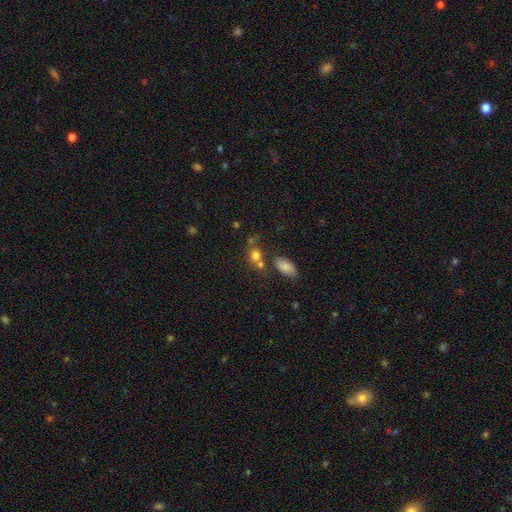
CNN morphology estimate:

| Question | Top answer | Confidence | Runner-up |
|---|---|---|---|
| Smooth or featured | smooth | 61% | star or artifact (24%) |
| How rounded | round | 53% | in between (42%) |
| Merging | none | 51% | merger (31%) |